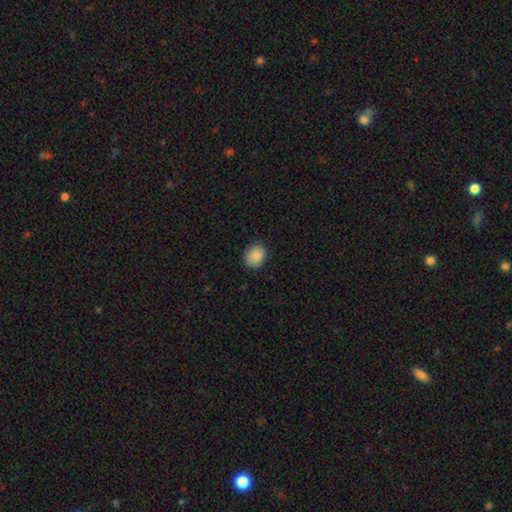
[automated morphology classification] Smooth or featured: smooth — 87% (star or artifact — 8%)
How rounded: round — 53% (in between — 46%)
Merging: none — 87% (minor disturbance — 10%)